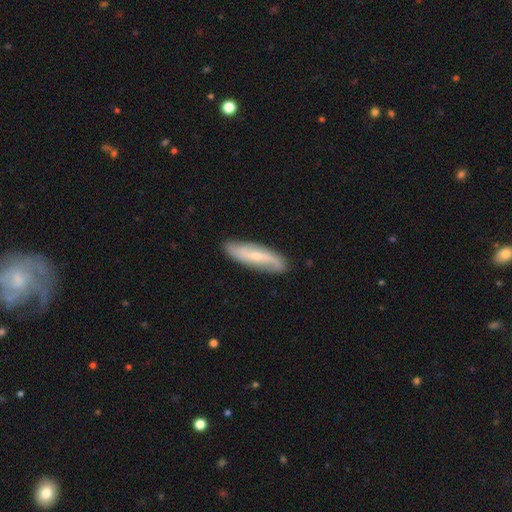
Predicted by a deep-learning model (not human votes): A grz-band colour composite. It shows a featured or disk galaxy (65%) with no bar (47%), spiral arms (89%) and a small central bulge (71%). Merging: none (84%).